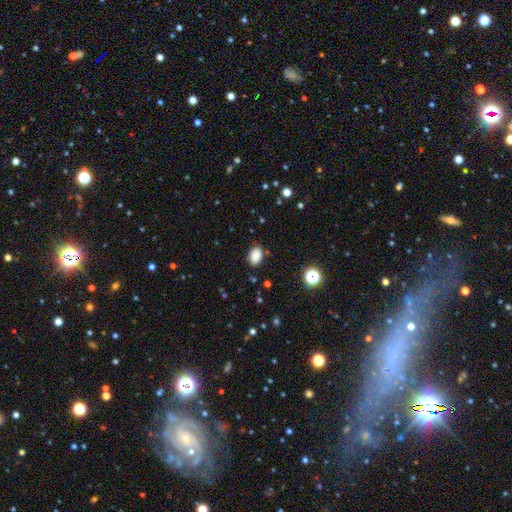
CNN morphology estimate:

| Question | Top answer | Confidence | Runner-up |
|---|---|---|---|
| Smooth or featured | smooth | 86% | star or artifact (11%) |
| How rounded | in between | 85% | round (14%) |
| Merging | none | 84% | minor disturbance (12%) |